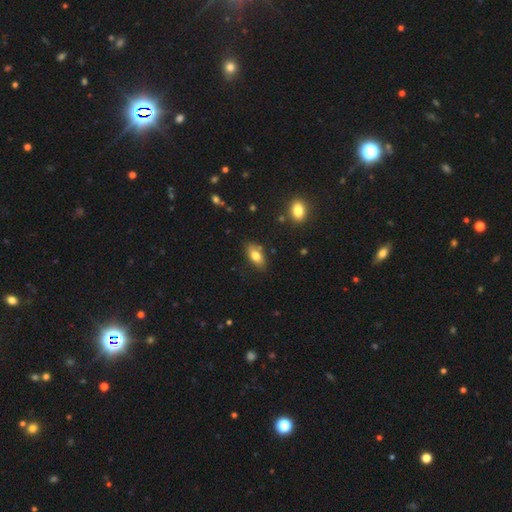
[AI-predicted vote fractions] Smooth or featured: smooth — 78% (featured or disk — 14%)
How rounded: in between — 89% (cigar-shaped — 7%)
Merging: none — 80% (minor disturbance — 14%)